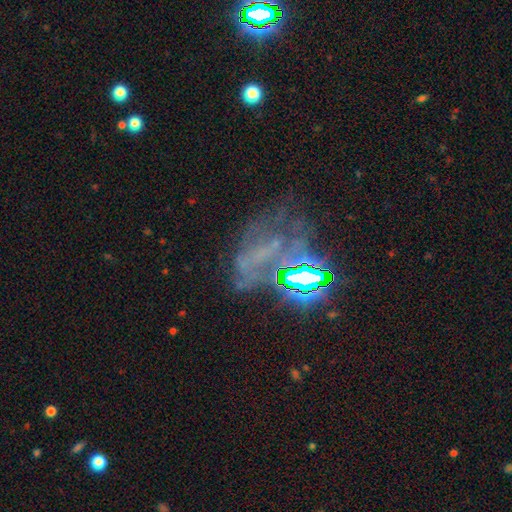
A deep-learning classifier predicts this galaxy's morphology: This appears to be a star or artifact, not a galaxy (47%).